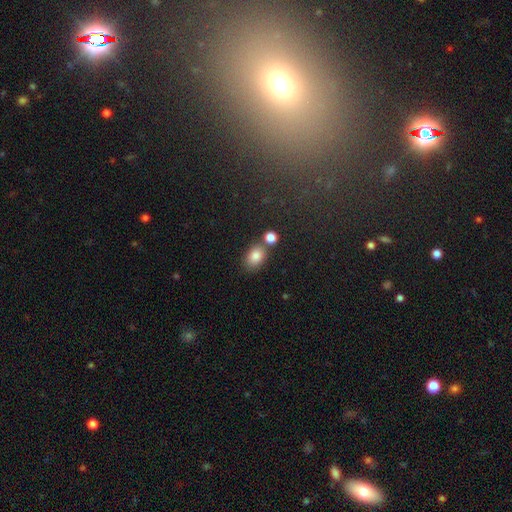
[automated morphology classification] Smooth or featured: smooth — 83% (star or artifact — 10%)
How rounded: in between — 75% (round — 24%)
Merging: none — 65% (merger — 19%)